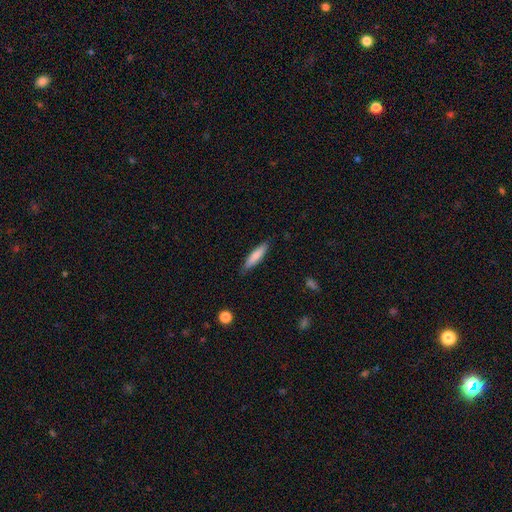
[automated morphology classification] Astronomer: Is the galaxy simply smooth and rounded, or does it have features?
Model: smooth — 79%.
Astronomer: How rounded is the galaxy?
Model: cigar-shaped — 77%.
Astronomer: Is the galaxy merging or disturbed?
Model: none — 85%.